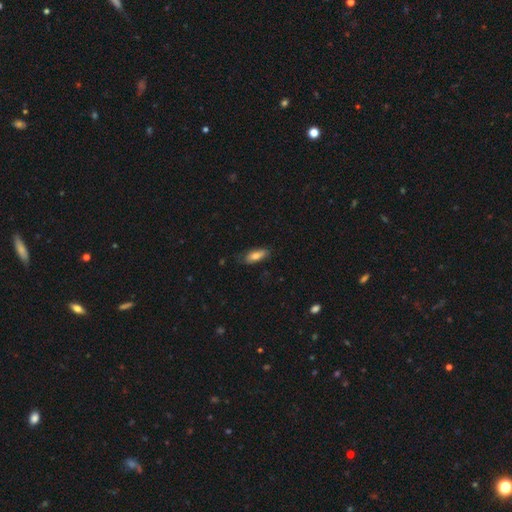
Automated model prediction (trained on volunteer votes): Smooth or featured: smooth — 77% (featured or disk — 17%)
How rounded: in between — 70% (cigar-shaped — 27%)
Merging: none — 74% (minor disturbance — 21%)